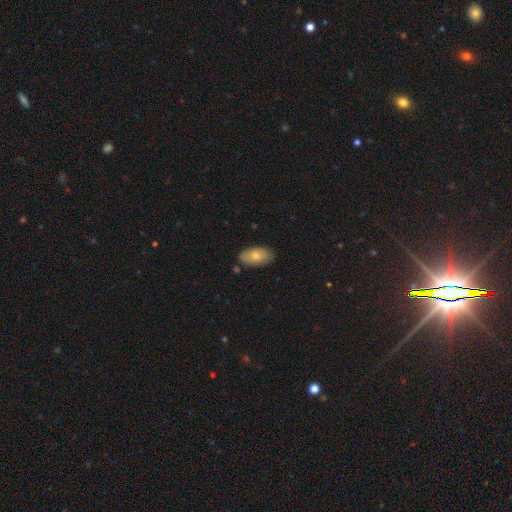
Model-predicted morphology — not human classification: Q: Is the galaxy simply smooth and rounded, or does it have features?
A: smooth — 76%.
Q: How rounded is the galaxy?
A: in between — 94%.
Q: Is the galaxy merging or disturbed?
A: none — 82%.